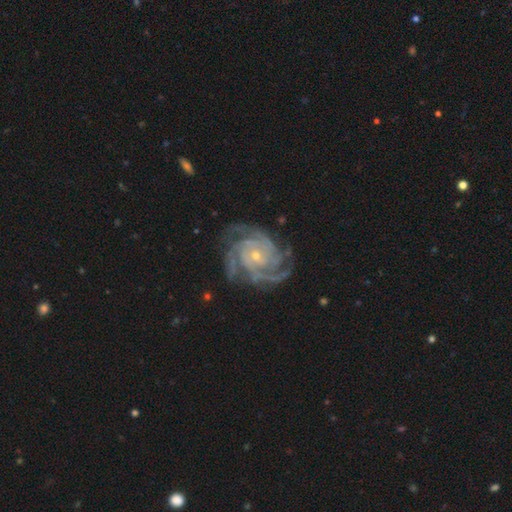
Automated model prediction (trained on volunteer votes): featured or disk 92%, star or artifact 5%, smooth 3%. Down the decision tree: edge-on disk — no (98%); bar — no (71%); spiral arms — yes (98%); spiral arm count — 4 (32%); spiral winding — tight (69%); bulge size — small (70%); merging — none (75%).